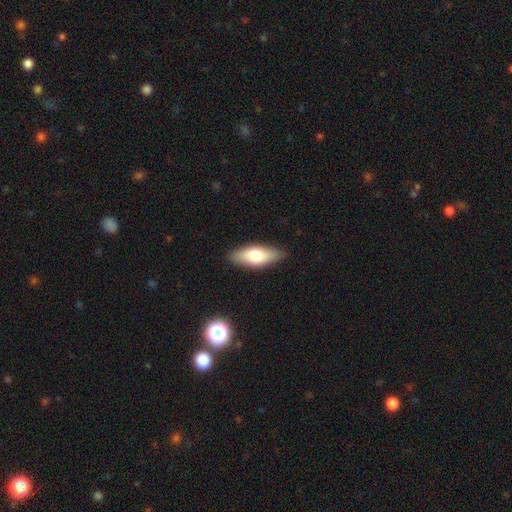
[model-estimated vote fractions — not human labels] Overall: smooth (71%). How rounded: in between (73%). Merging: none (86%).